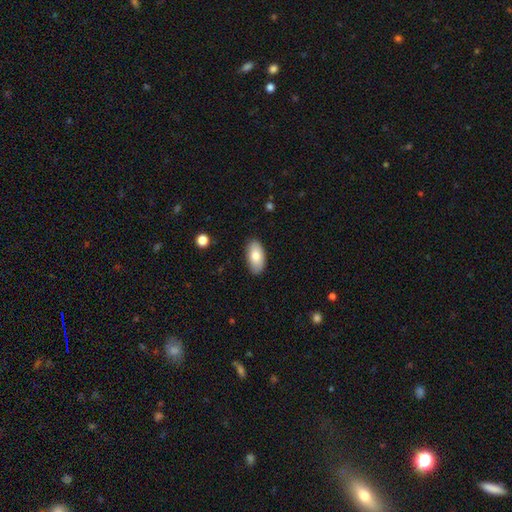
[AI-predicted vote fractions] Smooth or featured? smooth (79%)
How rounded? in between (94%)
Merging? none (87%)